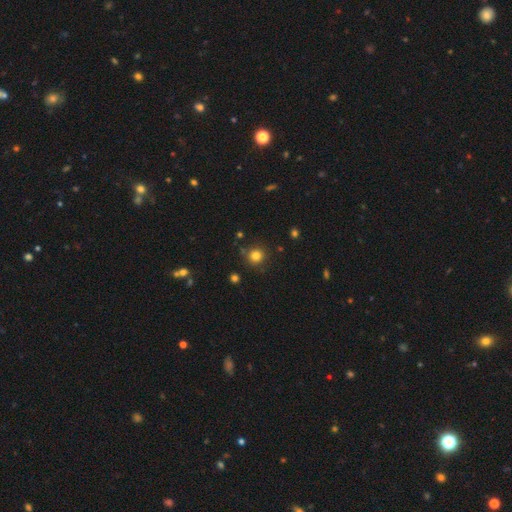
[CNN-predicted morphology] smooth-or-featured: smooth: 81% | star or artifact: 14% | featured or disk: 5%
  how-rounded: round: 92% | in between: 7% | cigar-shaped: 1%
  merging: none: 84% | minor disturbance: 9% | merger: 3% | major disturbance: 3%